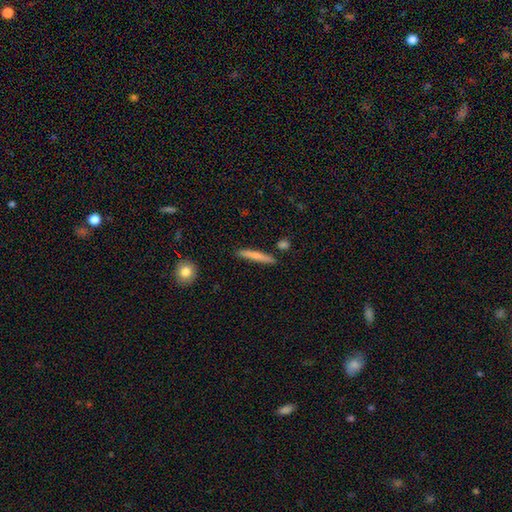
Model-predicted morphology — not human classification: This is likely a smooth galaxy (70%). How rounded: clearly cigar-shaped (94%). Merging: clearly none (87%).